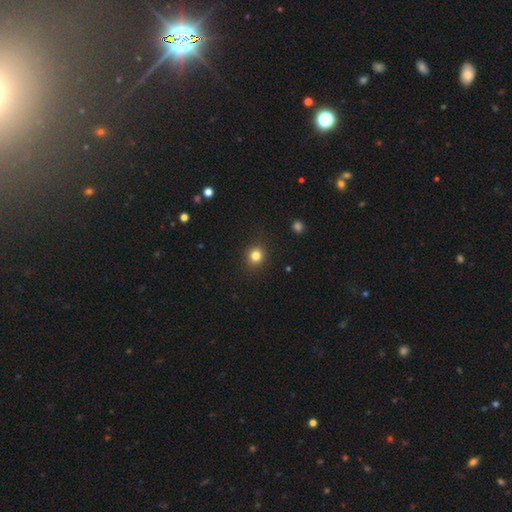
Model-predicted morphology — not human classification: This appears to be a smooth galaxy with no disk features (82%) that is round (84%). Merging: none (90%).